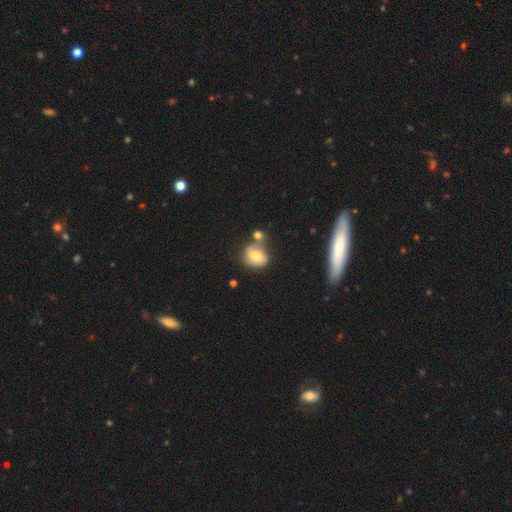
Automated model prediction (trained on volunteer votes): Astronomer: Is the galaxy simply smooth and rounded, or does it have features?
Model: smooth — 56% (runner-up: featured or disk, 34%).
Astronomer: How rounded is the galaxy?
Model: round — 53% (runner-up: in between, 46%).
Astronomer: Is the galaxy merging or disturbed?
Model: none — 45% (runner-up: merger, 29%).